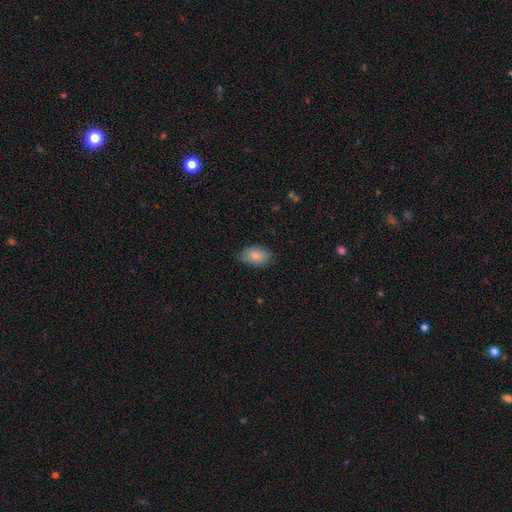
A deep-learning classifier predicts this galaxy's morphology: Smooth or featured: smooth — 86% (featured or disk — 7%)
How rounded: in between — 90% (round — 8%)
Merging: none — 78% (minor disturbance — 18%)